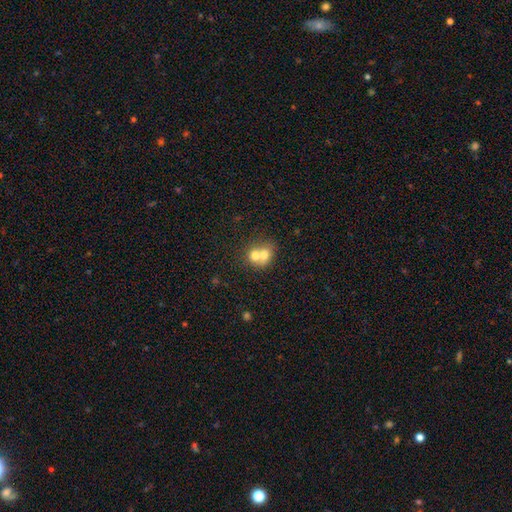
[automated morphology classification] Smooth or featured? smooth (67%)
How rounded? round (67%)
Merging? merger (71%)